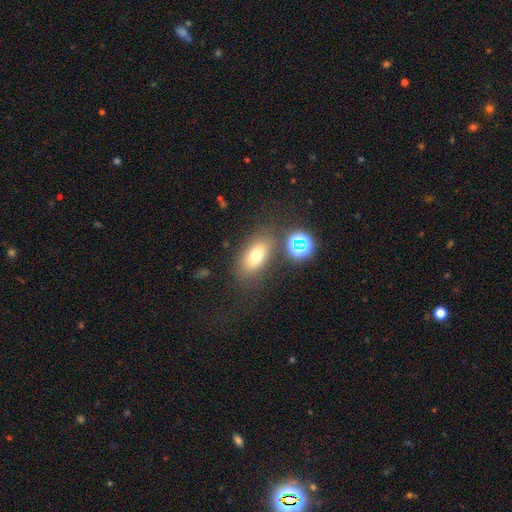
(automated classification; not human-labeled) Morphology: type=smooth (69%); roundness=in between (81%); merging=none (76%).